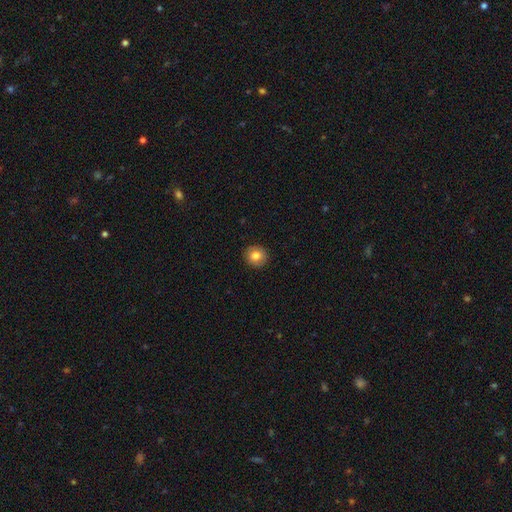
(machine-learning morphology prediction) type=smooth (82%); roundness=round (89%); merging=none (92%).